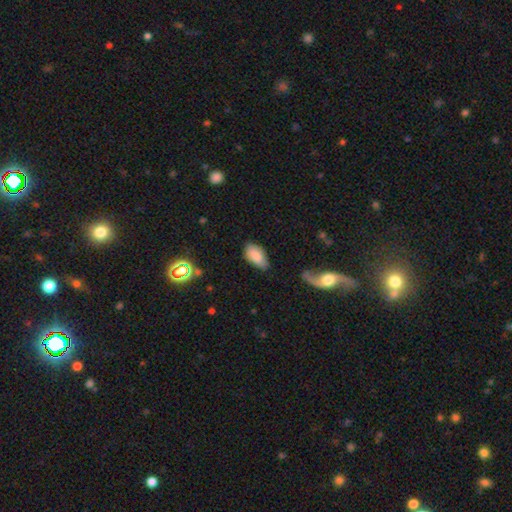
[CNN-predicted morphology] A smooth galaxy with no disk features (83%) that is in between round and cigar-shaped (94%).

Vote fractions:
- Smooth or featured? smooth: 83% / featured or disk: 9% / star or artifact: 8%
- How rounded? in between: 94% / round: 3% / cigar-shaped: 2%
- Merging? none: 72% / minor disturbance: 21% / major disturbance: 5% / merger: 2%